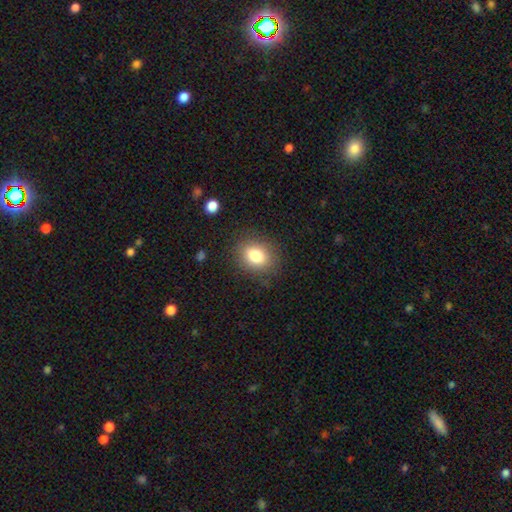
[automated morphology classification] Overall: smooth (81%). How rounded: round (52%; in between 47%). Merging: none (85%).